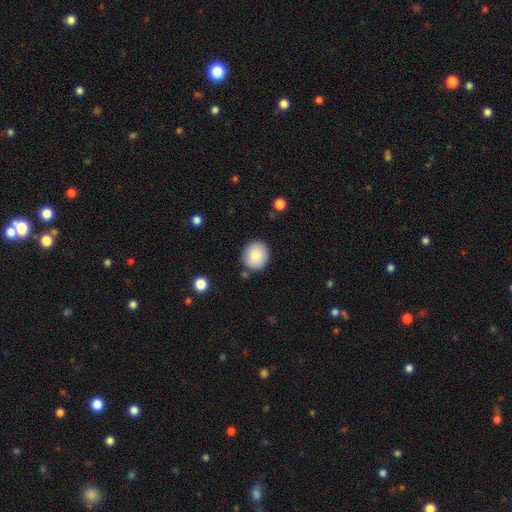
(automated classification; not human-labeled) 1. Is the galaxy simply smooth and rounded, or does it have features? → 88% smooth, 7% star or artifact, 5% featured or disk.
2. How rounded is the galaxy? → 83% round, 16% in between, 1% cigar-shaped.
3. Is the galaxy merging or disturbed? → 87% none, 8% minor disturbance, 2% merger, 2% major disturbance.